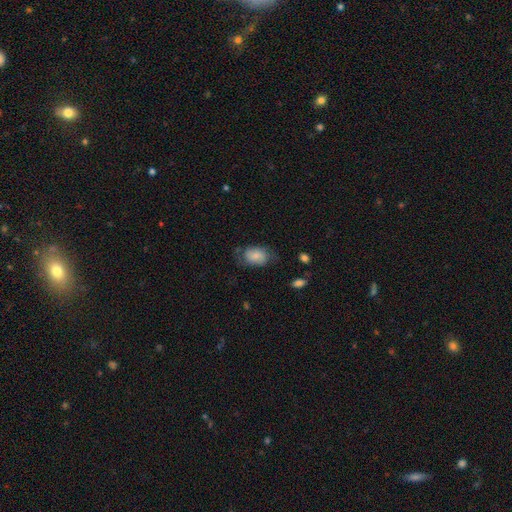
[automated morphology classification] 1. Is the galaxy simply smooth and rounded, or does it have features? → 74% smooth, 19% featured or disk, 7% star or artifact.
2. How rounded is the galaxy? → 83% in between, 16% round, 1% cigar-shaped.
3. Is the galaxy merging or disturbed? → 54% none, 29% minor disturbance, 15% major disturbance, 2% merger.